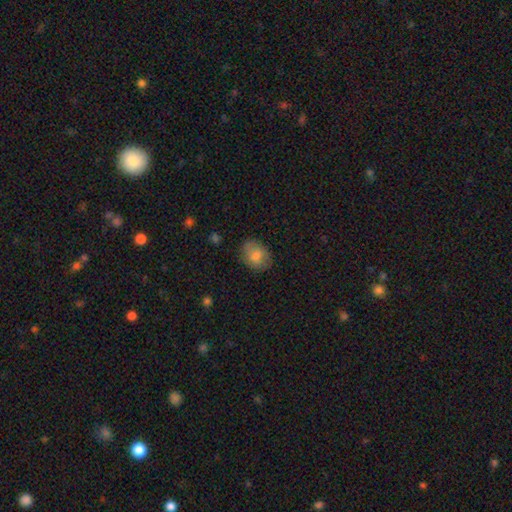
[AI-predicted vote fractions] Smooth or featured: smooth — 74% (featured or disk — 18%)
How rounded: in between — 59% (round — 40%)
Merging: none — 80% (minor disturbance — 16%)